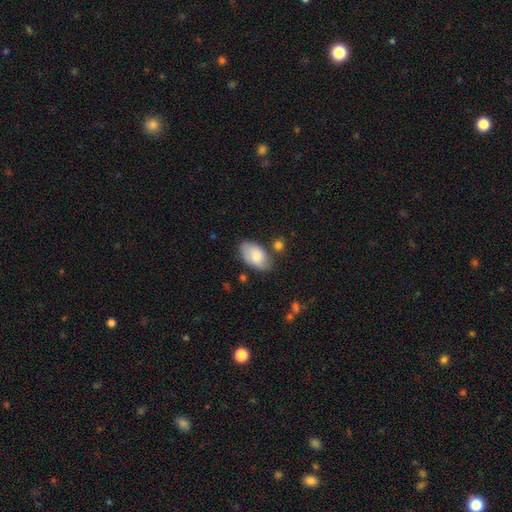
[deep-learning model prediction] This appears to be a smooth galaxy with no disk features (77%) that is in between round and cigar-shaped (94%). Merging: none (65%).